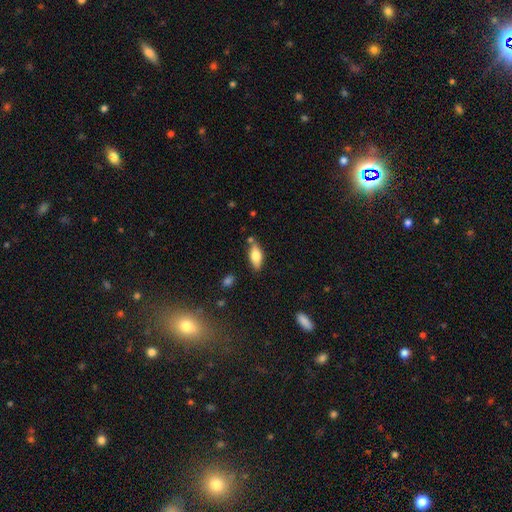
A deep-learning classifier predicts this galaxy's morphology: smooth_or_featured: smooth (p=0.71) [alt: featured or disk p=0.22]
how_rounded: in between (p=0.82) [alt: cigar-shaped p=0.15]
merging: none (p=0.76) [alt: minor disturbance p=0.15]